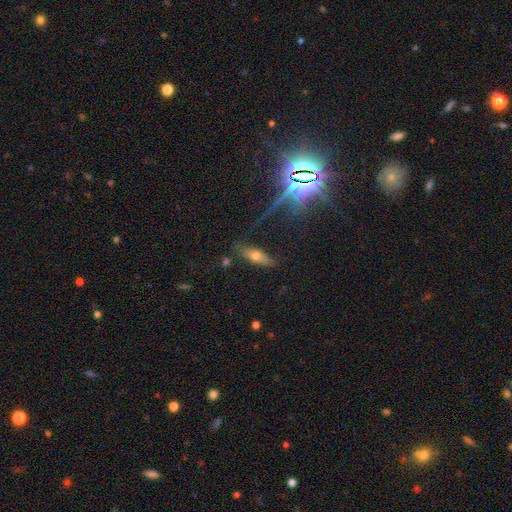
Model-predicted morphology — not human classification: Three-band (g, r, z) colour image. It shows a smooth galaxy with no disk features (52%) that is in between round and cigar-shaped (55%). Merging: none (76%).